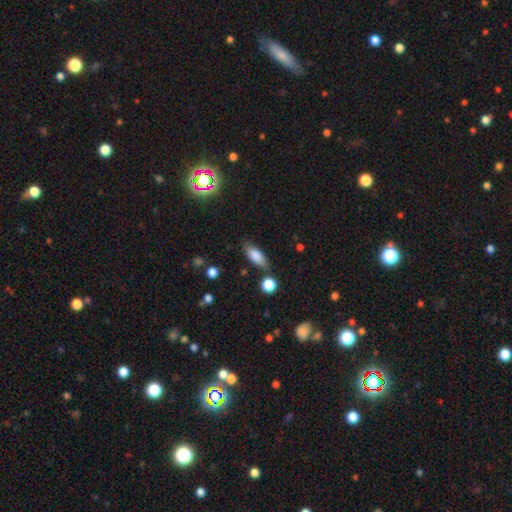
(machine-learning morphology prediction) Q: Smooth or featured?
A: smooth (81%); runner-up: featured or disk (11%)
Q: How rounded?
A: in between (72%); runner-up: cigar-shaped (24%)
Q: Merging?
A: none (76%); runner-up: minor disturbance (15%)